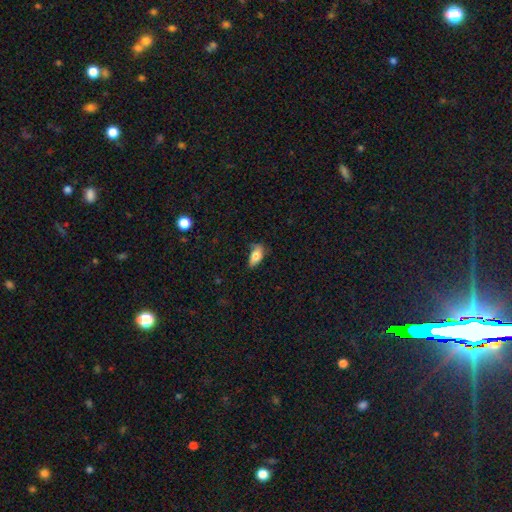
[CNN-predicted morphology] This appears to be a smooth galaxy with no disk features (76%) that is in between round and cigar-shaped (89%). Merging: none (56%).